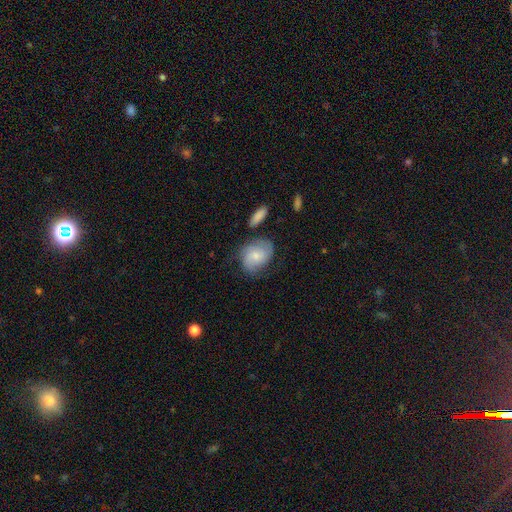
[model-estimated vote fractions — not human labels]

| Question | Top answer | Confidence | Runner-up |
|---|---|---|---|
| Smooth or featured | smooth | 48% | featured or disk (46%) |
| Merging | none | 62% | minor disturbance (23%) |